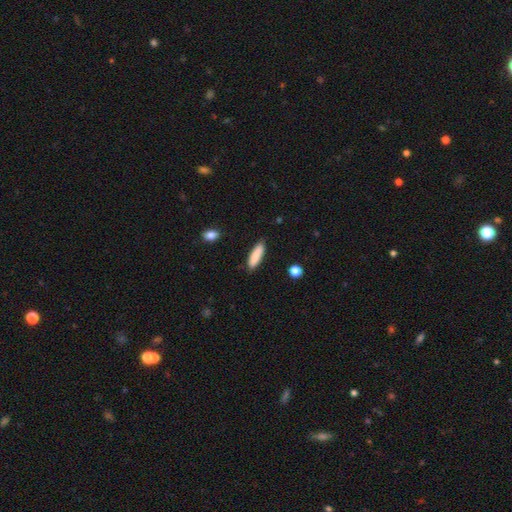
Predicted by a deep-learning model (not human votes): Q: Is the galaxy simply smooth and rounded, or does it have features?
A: smooth — 87%.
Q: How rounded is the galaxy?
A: cigar-shaped — 66%.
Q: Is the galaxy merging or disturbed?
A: none — 87%.